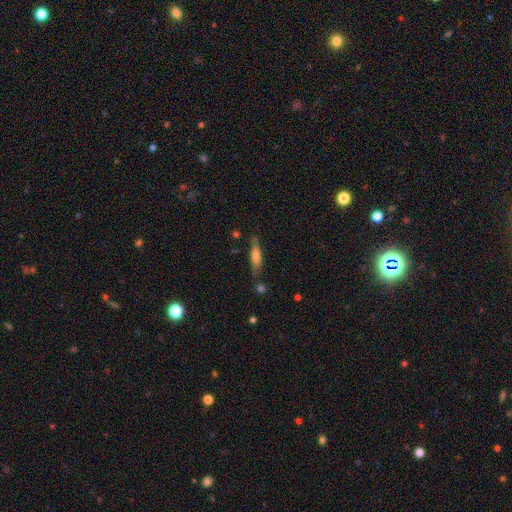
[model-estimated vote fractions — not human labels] A smooth galaxy with no disk features (60%) that is cigar-shaped (67%). Merging: none (71%).